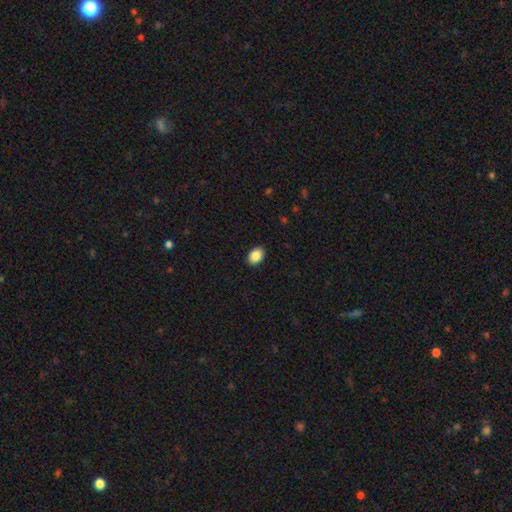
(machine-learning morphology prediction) smooth_or_featured: smooth (p=0.88) [alt: star or artifact p=0.08]
how_rounded: in between (p=0.79) [alt: round p=0.20]
merging: none (p=0.90) [alt: minor disturbance p=0.07]